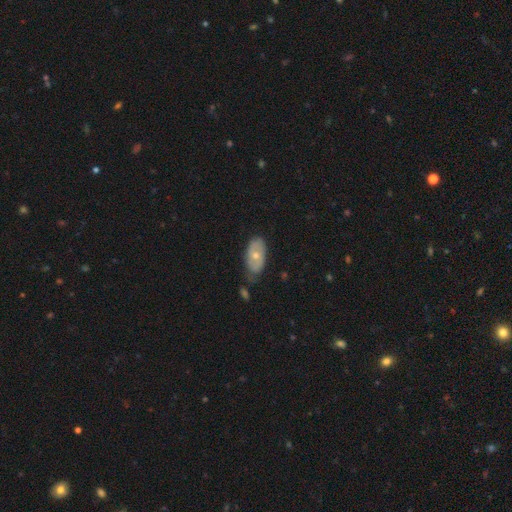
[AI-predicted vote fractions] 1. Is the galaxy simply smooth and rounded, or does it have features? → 52% smooth, 41% featured or disk, 6% star or artifact.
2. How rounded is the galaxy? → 92% in between, 5% round, 3% cigar-shaped.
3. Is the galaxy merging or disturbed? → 61% none, 28% minor disturbance, 6% major disturbance, 4% merger.